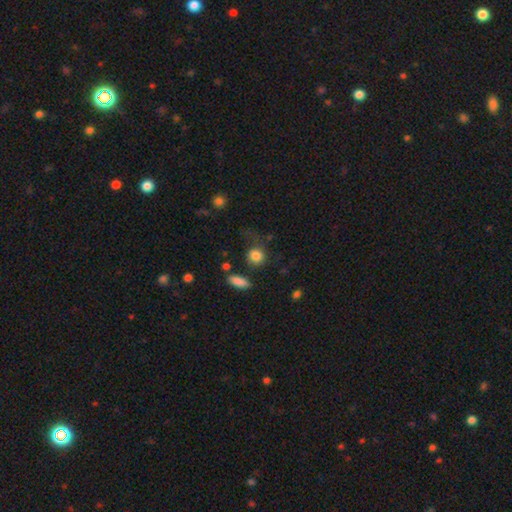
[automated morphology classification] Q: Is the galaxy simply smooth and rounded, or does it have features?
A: smooth — 84%.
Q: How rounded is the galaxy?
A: round — 81%.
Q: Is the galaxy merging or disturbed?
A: none — 56%.